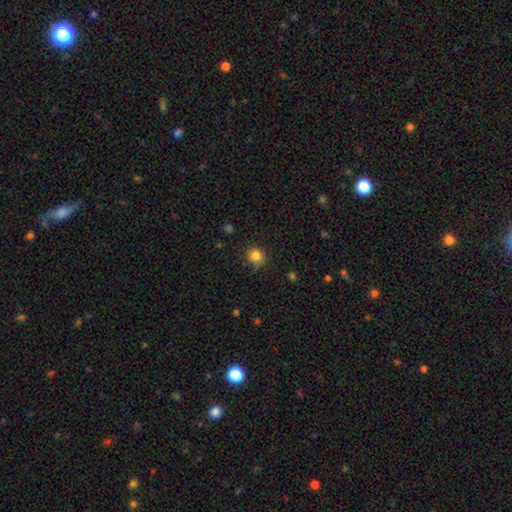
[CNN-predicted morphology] This appears to be a smooth galaxy with no disk features (83%) that is round (86%). Merging: none (75%).